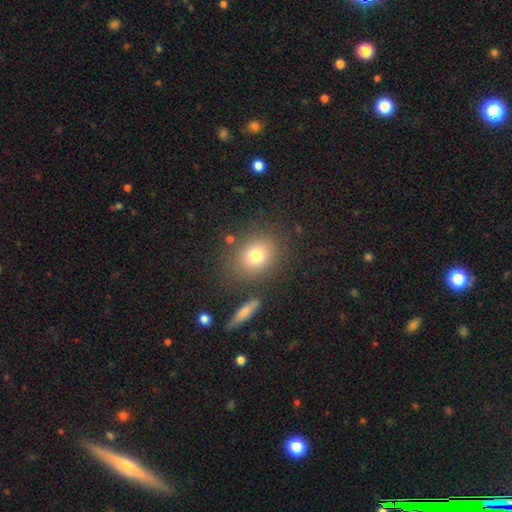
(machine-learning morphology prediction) Q: Smooth or featured?
A: smooth (77%); runner-up: star or artifact (12%)
Q: How rounded?
A: round (54%); runner-up: in between (44%)
Q: Merging?
A: none (80%); runner-up: minor disturbance (10%)